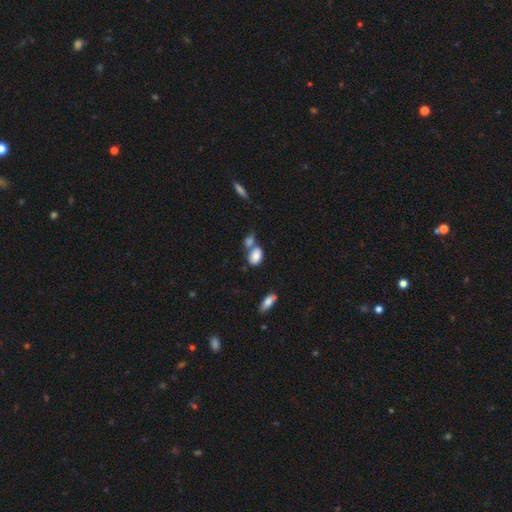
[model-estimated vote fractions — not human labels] Morphology: type=smooth (82%); roundness=in between (86%); merging=merger (45%).